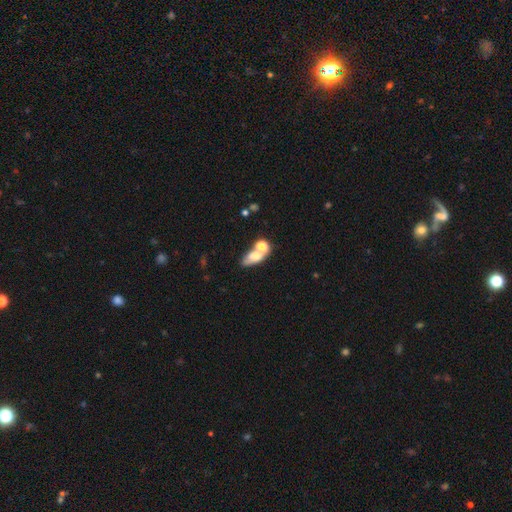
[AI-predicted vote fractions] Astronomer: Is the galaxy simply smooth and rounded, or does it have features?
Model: smooth — 62%.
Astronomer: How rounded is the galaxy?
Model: in between — 69%.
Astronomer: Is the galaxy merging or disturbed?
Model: merger — 46% (runner-up: none, 34%).